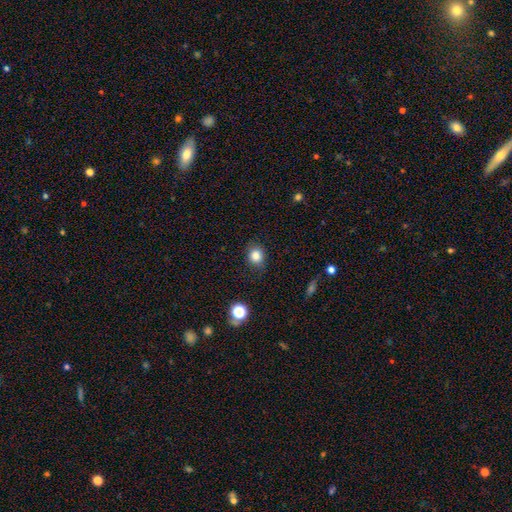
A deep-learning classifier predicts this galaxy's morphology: A smooth galaxy with no disk features (83%) that is round (74%).

Vote fractions:
- Smooth or featured? smooth: 83% / star or artifact: 11% / featured or disk: 5%
- How rounded? round: 74% / in between: 25% / cigar-shaped: 1%
- Merging? none: 81% / minor disturbance: 14% / major disturbance: 4% / merger: 1%